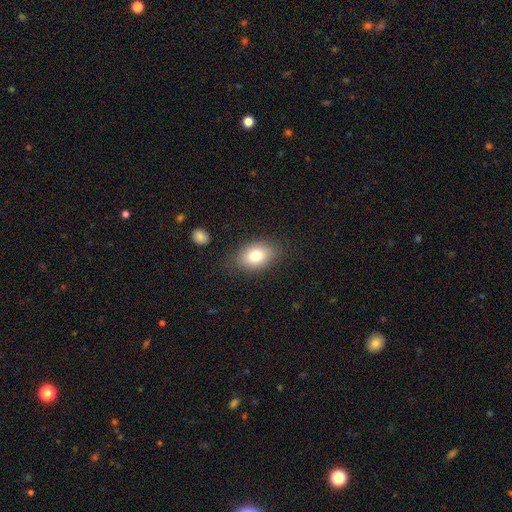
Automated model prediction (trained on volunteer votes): smooth-or-featured: smooth: 79% | featured or disk: 12% | star or artifact: 9%
  how-rounded: in between: 83% | round: 15% | cigar-shaped: 1%
  merging: none: 82% | minor disturbance: 12% | major disturbance: 4% | merger: 2%